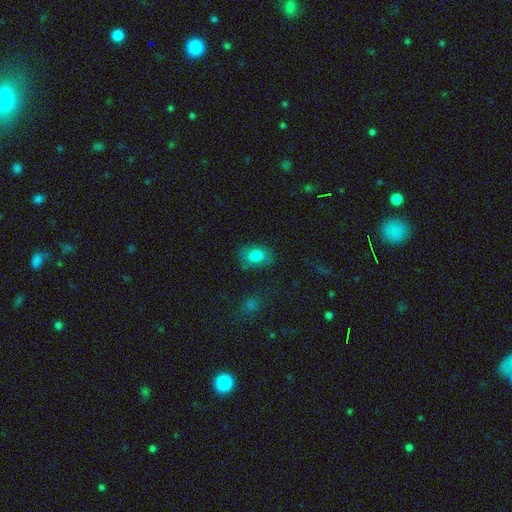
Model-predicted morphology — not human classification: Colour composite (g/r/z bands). It shows a smooth galaxy with no disk features (81%) that is in between round and cigar-shaped (72%). Merging: none (76%).